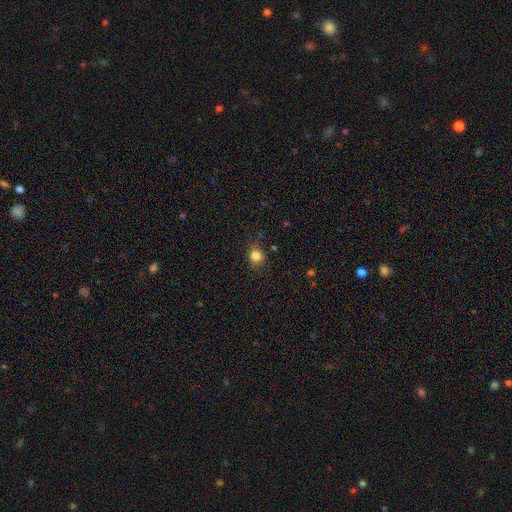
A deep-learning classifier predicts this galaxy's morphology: smooth 83%, star or artifact 12%, featured or disk 5%. Down the decision tree: how rounded — round (72%); merging — none (81%).